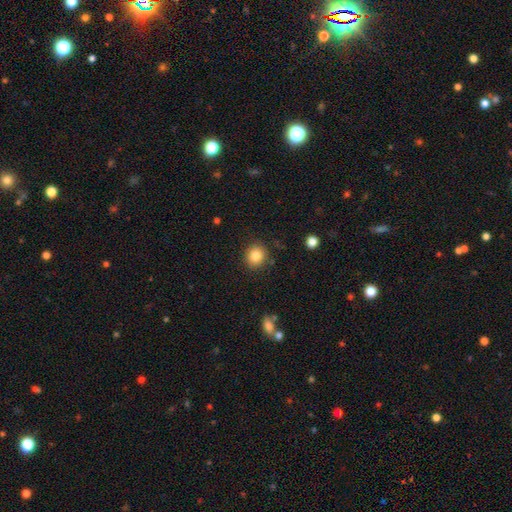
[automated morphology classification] This is clearly a smooth galaxy (85%). How rounded: clearly round (83%). Merging: clearly none (87%).